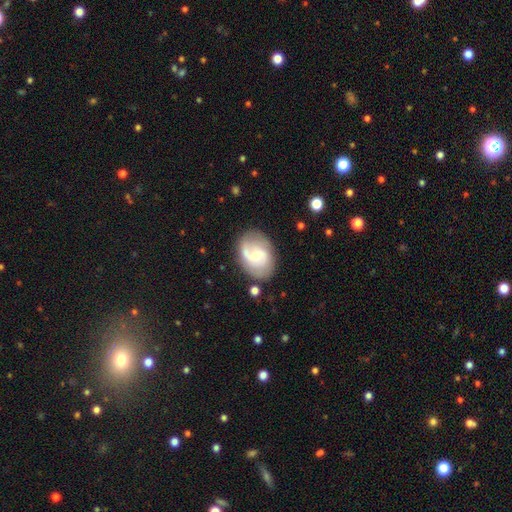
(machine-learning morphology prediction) type=featured or disk (59%); edge-on=no (97%); bar=no (52%); spiral arms=yes (84%); bulge=small (50%); merging=none (68%).